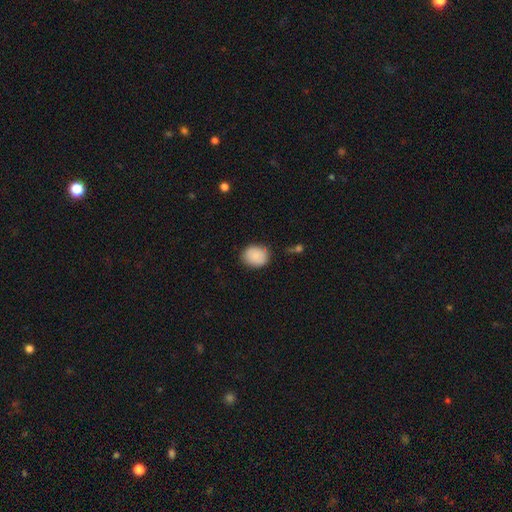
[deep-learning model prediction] A smooth galaxy with no disk features (84%) that is round (58%).

Vote fractions:
- Smooth or featured? smooth: 84% / featured or disk: 9% / star or artifact: 7%
- How rounded? round: 58% / in between: 41% / cigar-shaped: 1%
- Merging? none: 81% / minor disturbance: 15% / major disturbance: 3% / merger: 2%